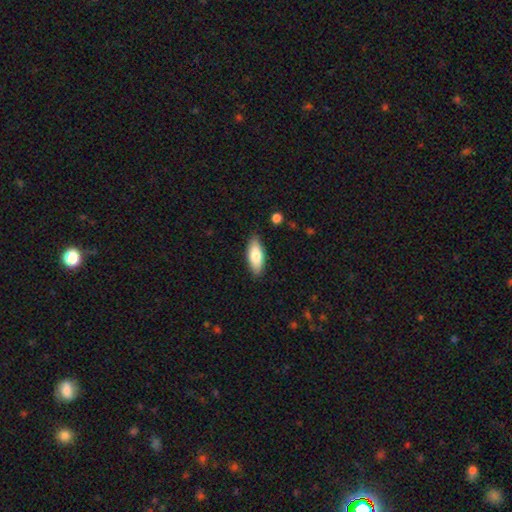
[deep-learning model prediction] smooth 78%, featured or disk 16%, star or artifact 6%. Down the decision tree: how rounded — in between (77%); merging — none (87%).